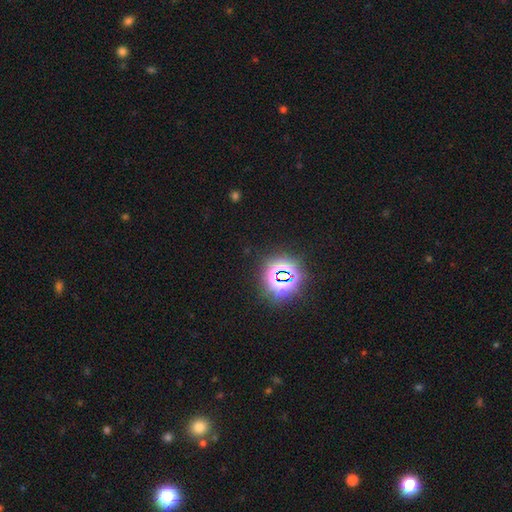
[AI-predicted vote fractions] Smooth or featured? Predicted: star or artifact (p=0.79).